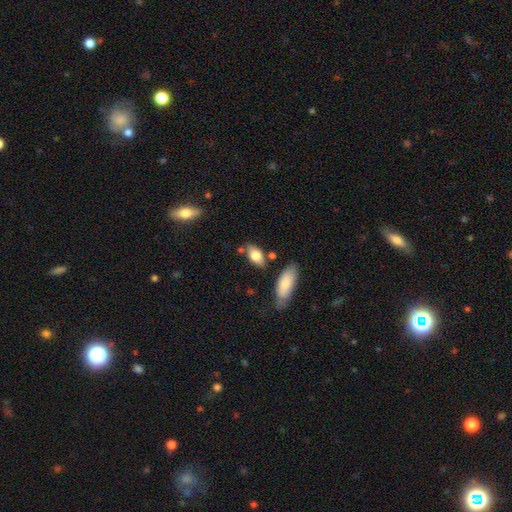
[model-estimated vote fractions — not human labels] Smooth or featured?
  - smooth: 78% *
  - featured or disk: 15%
  - star or artifact: 7%
How rounded?
  - in between: 87% *
  - cigar-shaped: 7%
  - round: 6%
Merging?
  - none: 70% *
  - minor disturbance: 16%
  - merger: 10%
  - major disturbance: 4%